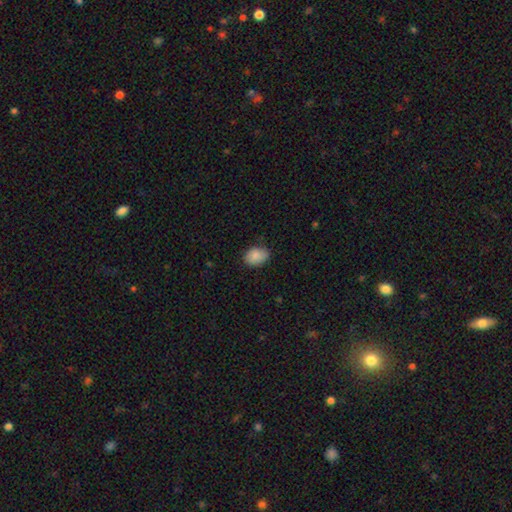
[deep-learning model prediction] This is clearly a smooth galaxy (86%). How rounded: likely in between (72%). Merging: likely none (73%).